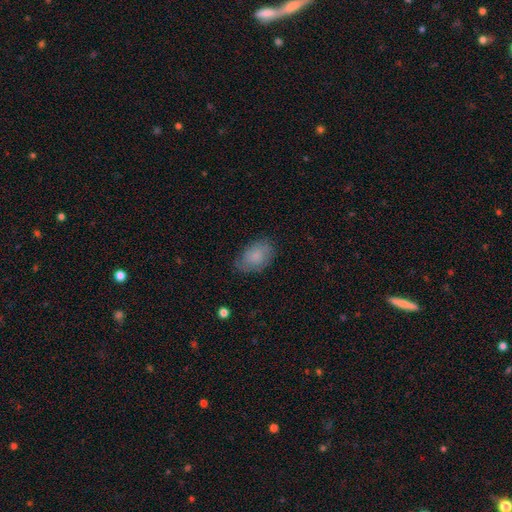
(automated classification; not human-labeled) smooth 74%, featured or disk 18%, star or artifact 7%. Down the decision tree: how rounded — in between (87%); merging — none (71%).